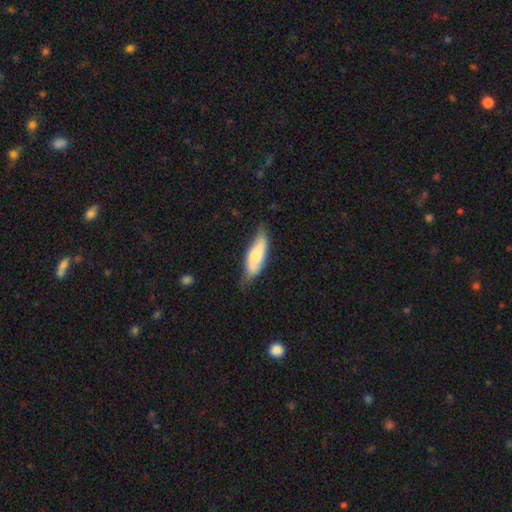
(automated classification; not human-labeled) This appears to be a smooth galaxy with no disk features (63%) that is in between round and cigar-shaped (59%). Merging: none (64%).